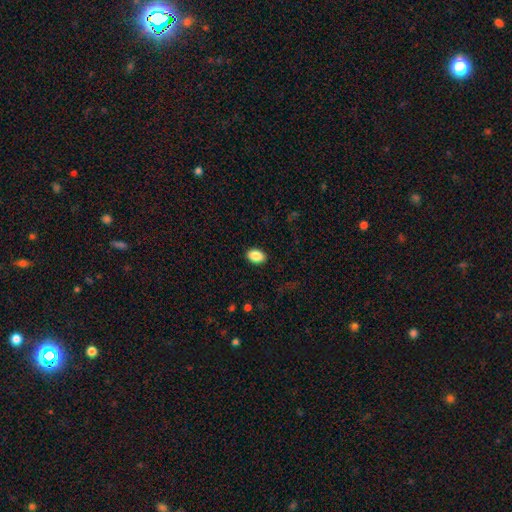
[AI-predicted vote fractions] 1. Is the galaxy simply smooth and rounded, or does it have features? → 89% smooth, 8% star or artifact, 4% featured or disk.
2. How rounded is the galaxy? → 86% in between, 13% round, 1% cigar-shaped.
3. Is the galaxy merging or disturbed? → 89% none, 8% minor disturbance, 2% major disturbance, 1% merger.